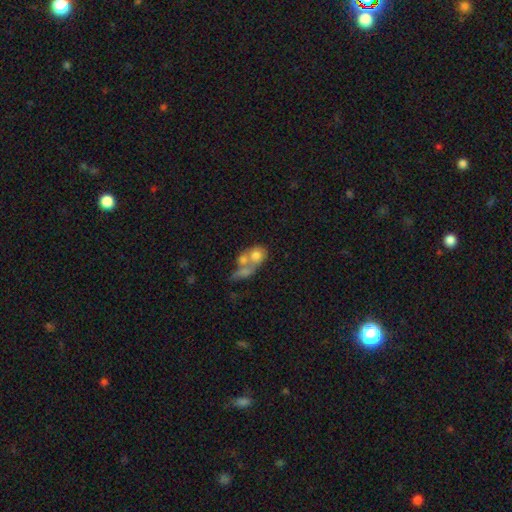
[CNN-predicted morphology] Smooth or featured: smooth — 63% (featured or disk — 28%)
How rounded: round — 49% (in between — 48%)
Merging: merger — 68% (none — 15%)